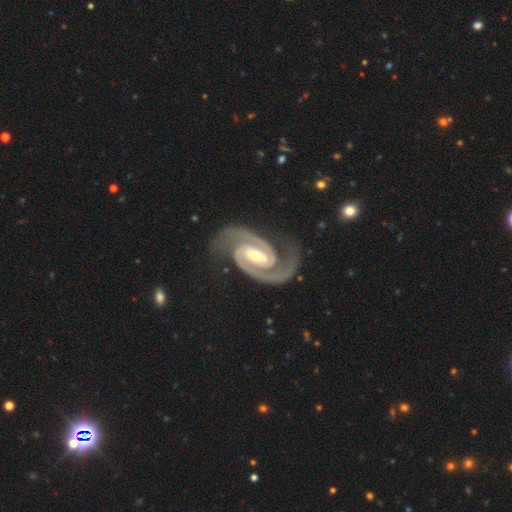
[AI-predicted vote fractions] This appears to be a featured or disk galaxy (95%) with a strong bar (45%), 2 (94%) tight (53%) spiral arms (99%) and a moderate central bulge (49%). Merging: none (81%).